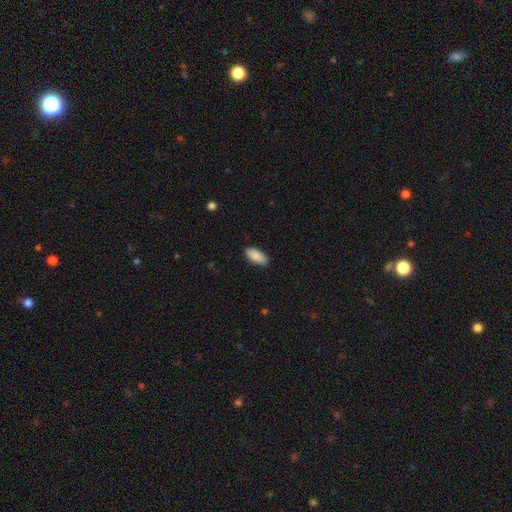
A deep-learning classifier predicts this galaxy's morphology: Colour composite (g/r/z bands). It shows a smooth galaxy with no disk features (90%) that is in between round and cigar-shaped (90%). Merging: none (87%).